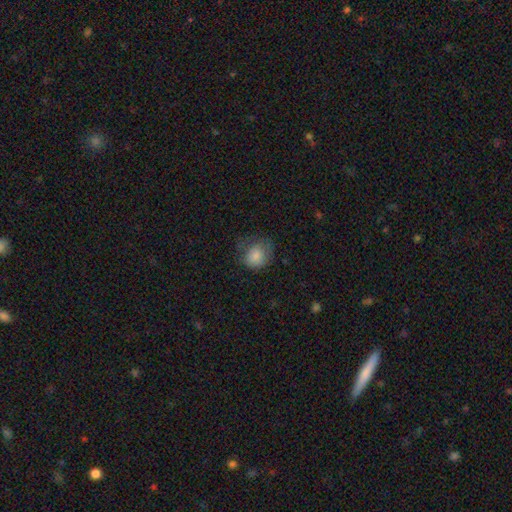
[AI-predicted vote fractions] smooth 82%, star or artifact 9%, featured or disk 9%. Down the decision tree: how rounded — round (62%); merging — none (49%).